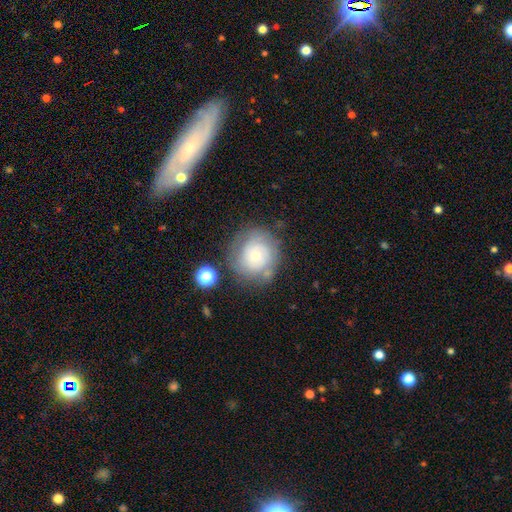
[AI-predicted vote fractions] Smooth or featured?
  - featured or disk: 53% *
  - smooth: 39%
  - star or artifact: 9%
Edge-on disk?
  - no: 97% *
  - yes: 3%
Bar?
  - no: 85% *
  - weak: 13%
  - strong: 2%
Spiral arms?
  - yes: 76% *
  - no: 24%
Bulge size?
  - small: 63% *
  - moderate: 30%
  - large: 4%
  - none: 2%
  - dominant: 2%
Merging?
  - none: 68% *
  - minor disturbance: 18%
  - major disturbance: 8%
  - merger: 5%